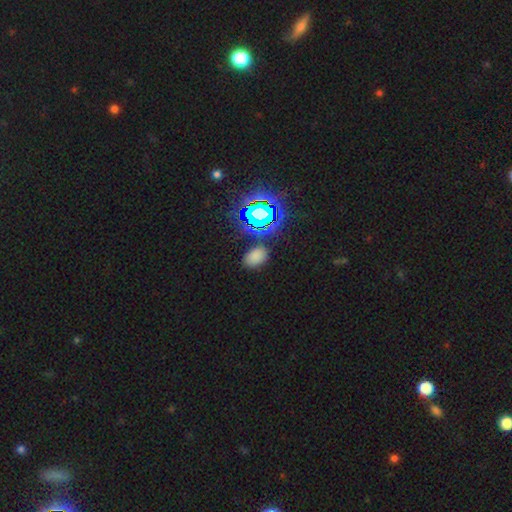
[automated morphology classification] Smooth or featured? smooth (65%)
How rounded? in between (79%)
Merging? none (82%)